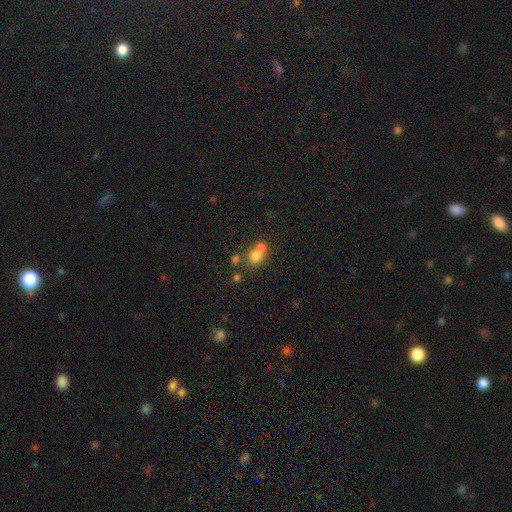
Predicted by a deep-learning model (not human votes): This appears to be a smooth galaxy with no disk features (72%) that is round (84%). Merging: merger (49%).